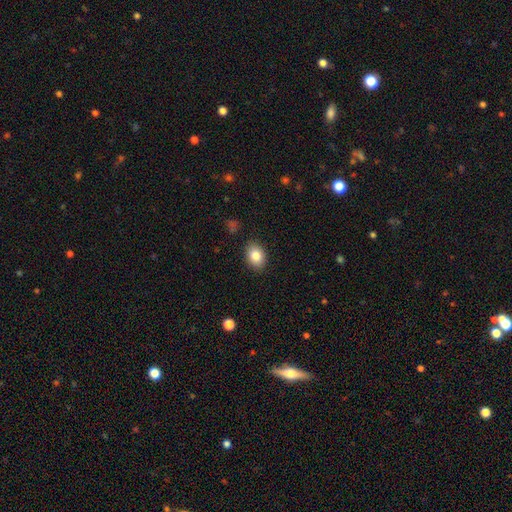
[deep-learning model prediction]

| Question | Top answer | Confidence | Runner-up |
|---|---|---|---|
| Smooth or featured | smooth | 84% | star or artifact (8%) |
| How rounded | in between | 72% | round (27%) |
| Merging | none | 88% | minor disturbance (9%) |